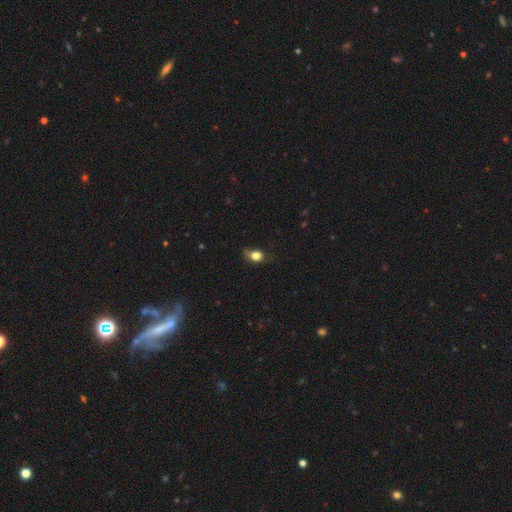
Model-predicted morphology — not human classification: This is likely a smooth galaxy (77%). How rounded: possibly round (51%). Merging: possibly none (49%).